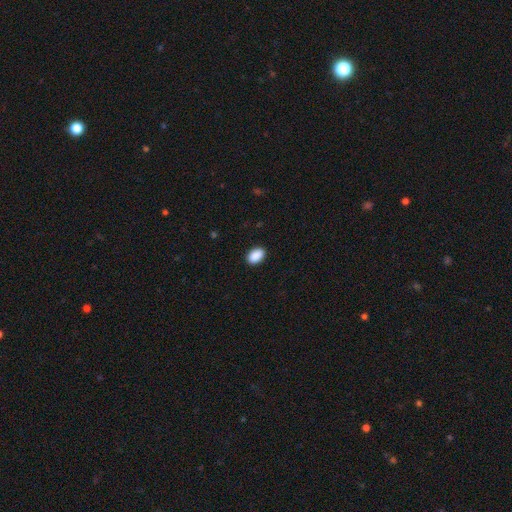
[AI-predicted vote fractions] smooth 91%, star or artifact 7%, featured or disk 2%. Down the decision tree: how rounded — in between (90%); merging — none (89%).